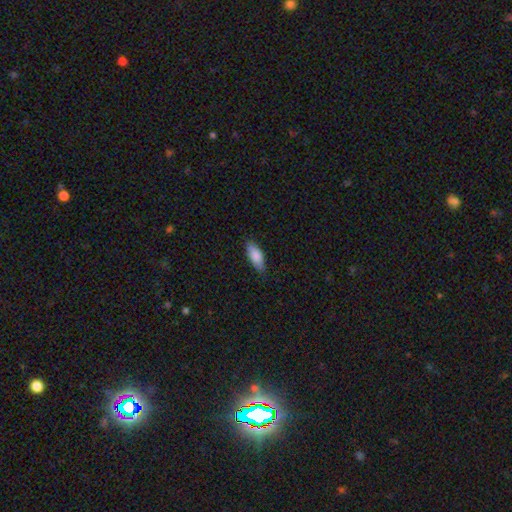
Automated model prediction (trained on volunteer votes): Smooth or featured? smooth (84%)
How rounded? in between (80%)
Merging? none (82%)